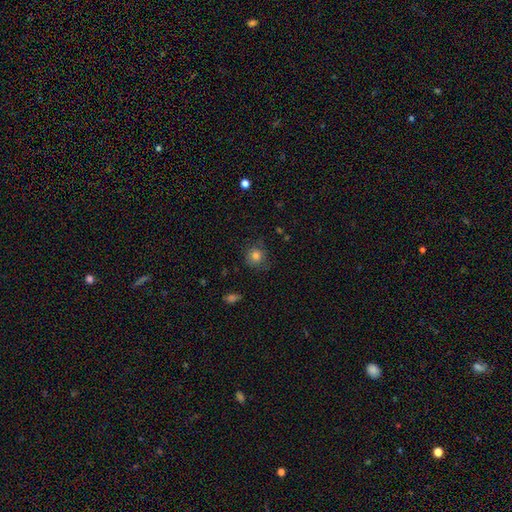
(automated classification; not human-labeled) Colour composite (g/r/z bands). It shows a smooth galaxy with no disk features (78%) that is round (90%). Merging: none (78%).